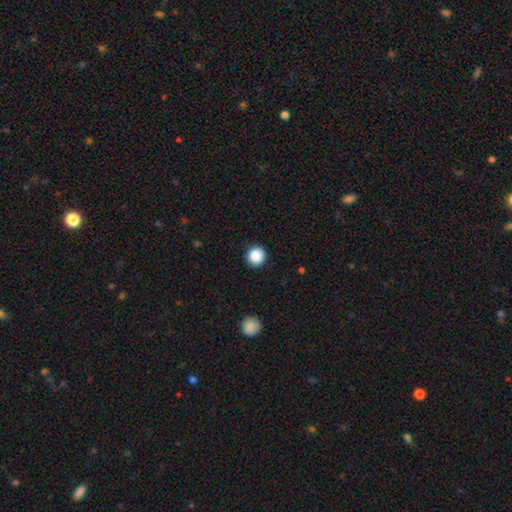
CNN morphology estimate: This appears to be a smooth galaxy with no disk features (89%) that is round (95%). Merging: none (92%).